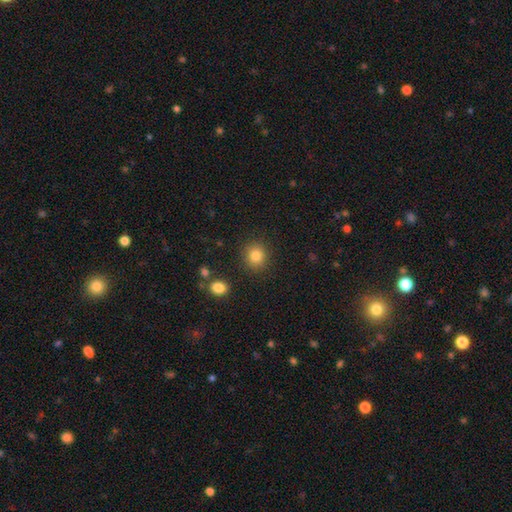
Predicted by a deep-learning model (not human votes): Q: Smooth or featured?
A: smooth (84%); runner-up: star or artifact (11%)
Q: How rounded?
A: round (82%); runner-up: in between (17%)
Q: Merging?
A: none (88%); runner-up: minor disturbance (7%)